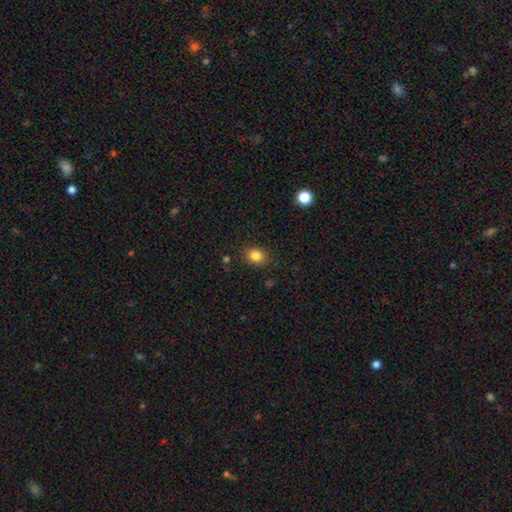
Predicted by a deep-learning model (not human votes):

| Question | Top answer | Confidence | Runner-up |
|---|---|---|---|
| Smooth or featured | smooth | 84% | star or artifact (11%) |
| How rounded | round | 58% | in between (41%) |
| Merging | none | 85% | minor disturbance (10%) |